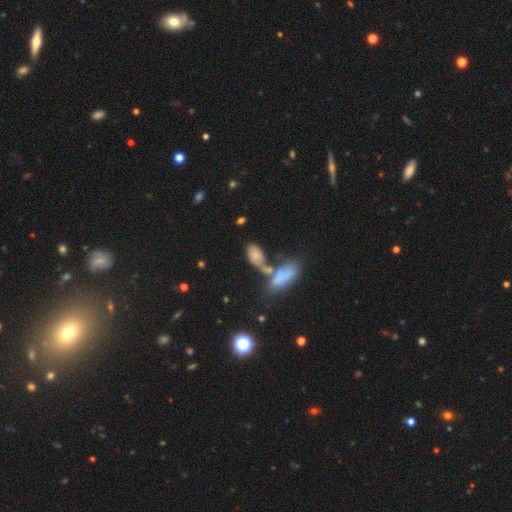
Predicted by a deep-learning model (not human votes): This appears to be a smooth galaxy with no disk features (73%) that is in between round and cigar-shaped (88%). Merging: merger (44%).